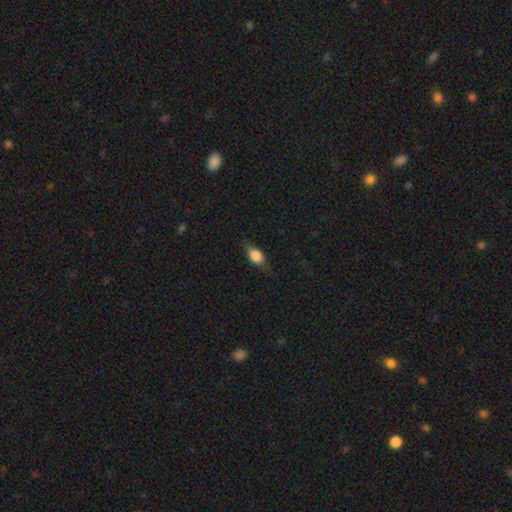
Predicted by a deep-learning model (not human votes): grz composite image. It shows a smooth galaxy with no disk features (71%) that is in between round and cigar-shaped (77%). Merging: none (70%).